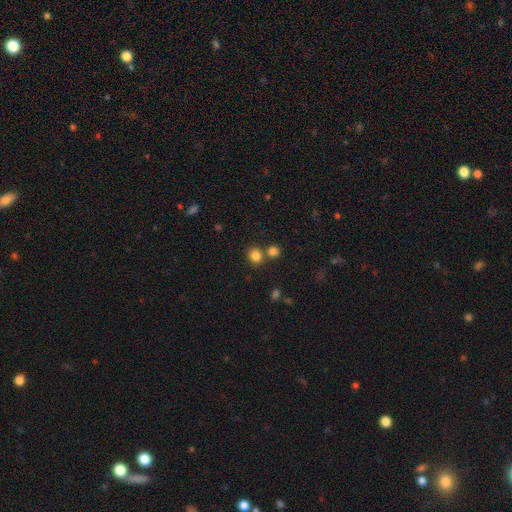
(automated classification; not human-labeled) smooth 82%, star or artifact 13%, featured or disk 5%. Down the decision tree: how rounded — round (81%); merging — none (69%).